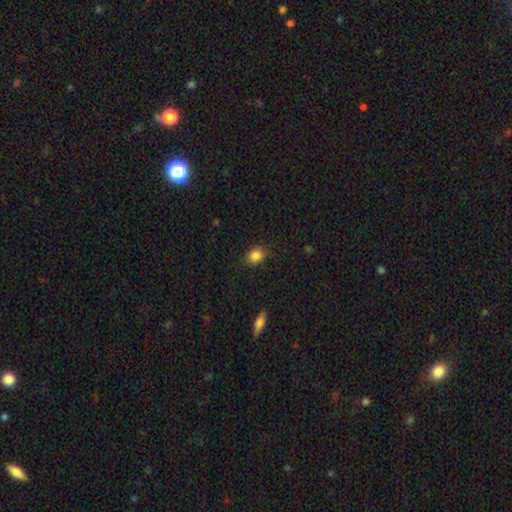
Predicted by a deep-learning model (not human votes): Q: Smooth or featured?
A: smooth (85%); runner-up: star or artifact (10%)
Q: How rounded?
A: round (51%); runner-up: in between (48%)
Q: Merging?
A: none (85%); runner-up: minor disturbance (11%)